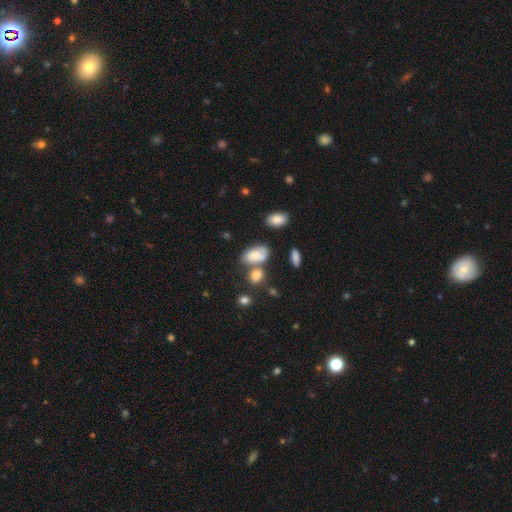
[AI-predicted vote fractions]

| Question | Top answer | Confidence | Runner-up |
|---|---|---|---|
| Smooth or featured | smooth | 73% | featured or disk (18%) |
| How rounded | in between | 89% | round (9%) |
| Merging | none | 42% | merger (30%) |